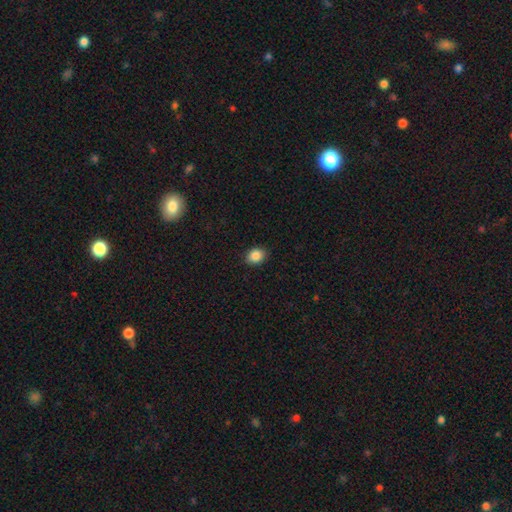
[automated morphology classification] Smooth or featured: smooth — 87% (star or artifact — 9%)
How rounded: in between — 56% (round — 43%)
Merging: none — 89% (minor disturbance — 8%)